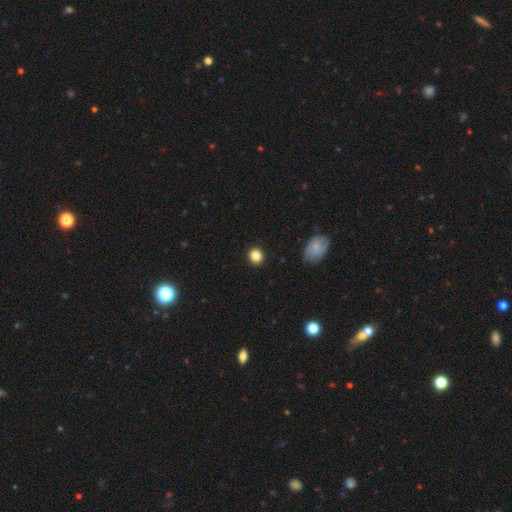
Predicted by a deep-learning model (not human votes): smooth 85%, star or artifact 10%, featured or disk 5%. Down the decision tree: how rounded — round (80%); merging — none (90%).